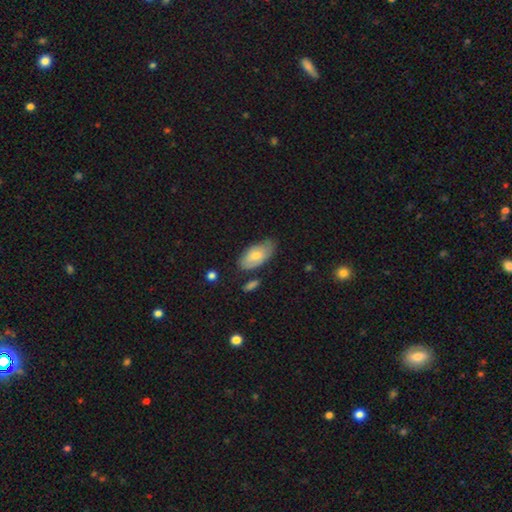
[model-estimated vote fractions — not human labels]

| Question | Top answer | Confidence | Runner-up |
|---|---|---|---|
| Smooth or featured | smooth | 68% | featured or disk (26%) |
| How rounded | in between | 93% | cigar-shaped (4%) |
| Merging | none | 67% | minor disturbance (24%) |